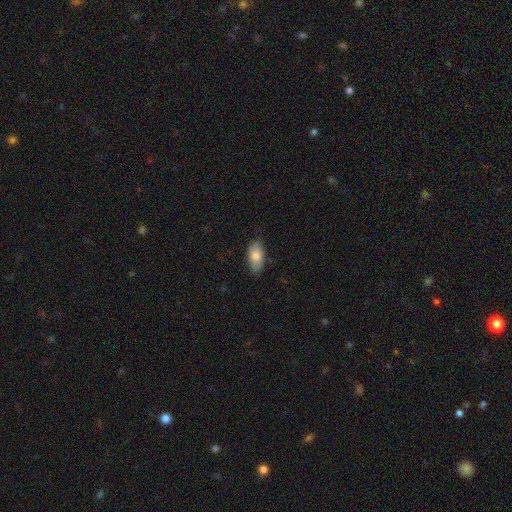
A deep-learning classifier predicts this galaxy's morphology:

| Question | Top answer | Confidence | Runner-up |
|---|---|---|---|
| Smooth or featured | smooth | 80% | featured or disk (13%) |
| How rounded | in between | 93% | cigar-shaped (4%) |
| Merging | none | 80% | minor disturbance (16%) |